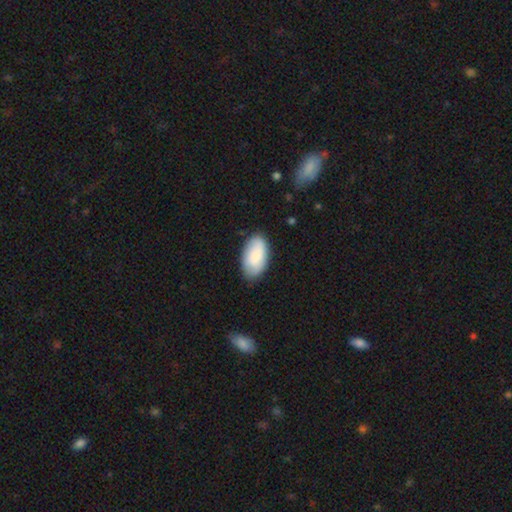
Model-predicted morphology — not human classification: Overall: smooth (78%). How rounded: in between (95%). Merging: none (79%).